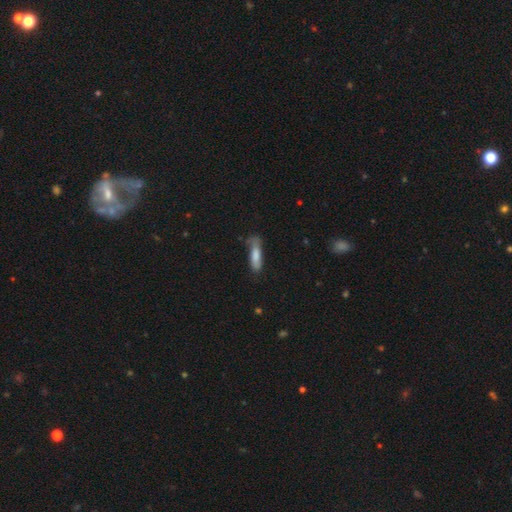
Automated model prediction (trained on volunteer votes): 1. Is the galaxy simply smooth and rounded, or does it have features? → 75% smooth, 18% featured or disk, 7% star or artifact.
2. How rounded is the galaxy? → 61% cigar-shaped, 37% in between, 2% round.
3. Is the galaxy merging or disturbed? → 54% none, 30% minor disturbance, 12% major disturbance, 4% merger.